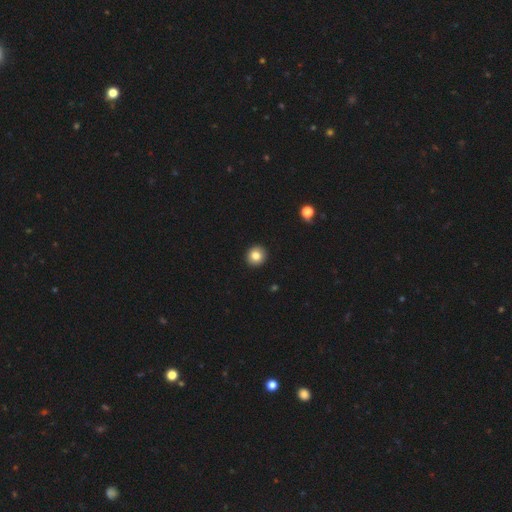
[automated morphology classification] smooth 83%, star or artifact 10%, featured or disk 7%. Down the decision tree: how rounded — round (91%); merging — none (93%).